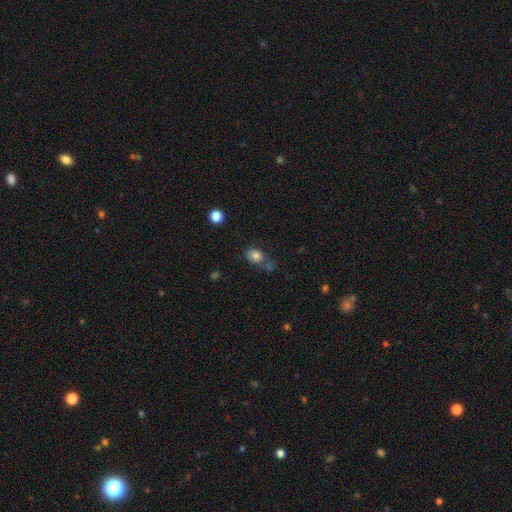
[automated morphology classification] smooth 81%, star or artifact 11%, featured or disk 8%. Down the decision tree: how rounded — in between (63%); merging — none (54%).